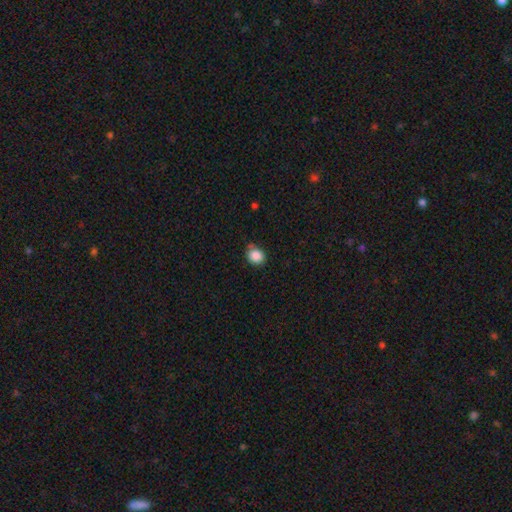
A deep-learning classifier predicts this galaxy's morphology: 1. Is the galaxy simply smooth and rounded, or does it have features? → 87% smooth, 10% star or artifact, 4% featured or disk.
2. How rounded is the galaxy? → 74% round, 25% in between, 1% cigar-shaped.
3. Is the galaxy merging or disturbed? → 72% none, 20% minor disturbance, 4% merger, 4% major disturbance.